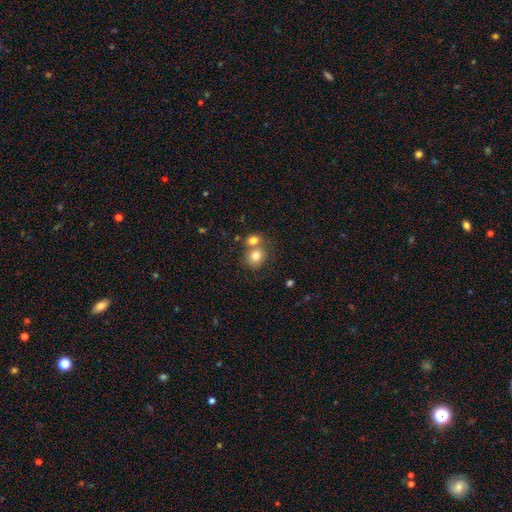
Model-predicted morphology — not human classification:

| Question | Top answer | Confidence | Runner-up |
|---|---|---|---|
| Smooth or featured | smooth | 79% | featured or disk (11%) |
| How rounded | round | 72% | in between (27%) |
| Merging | none | 45% | merger (43%) |